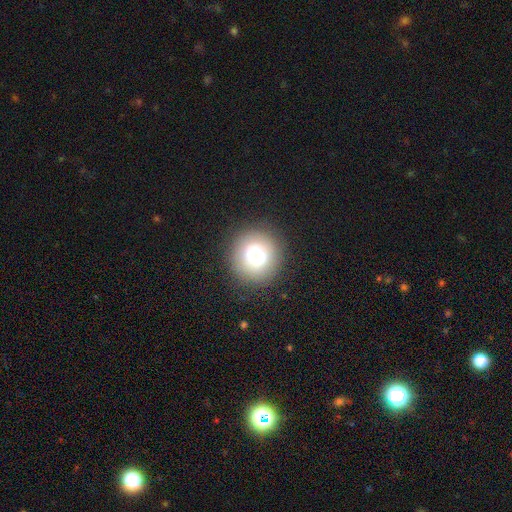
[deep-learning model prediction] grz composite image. It shows a smooth galaxy with no disk features (72%) that is round (89%). Merging: none (86%).